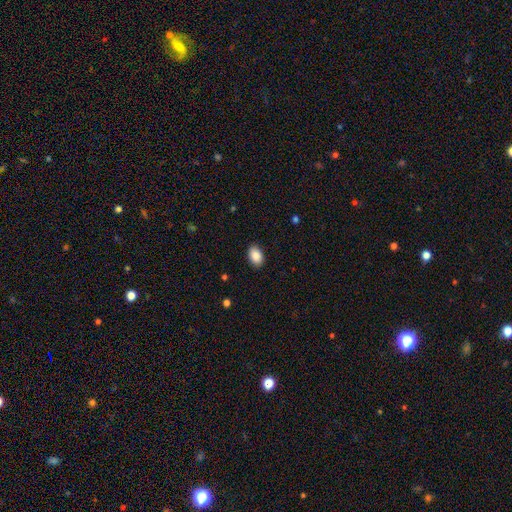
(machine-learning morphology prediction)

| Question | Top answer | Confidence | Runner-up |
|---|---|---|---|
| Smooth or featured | smooth | 88% | star or artifact (7%) |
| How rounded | in between | 87% | round (11%) |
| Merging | none | 88% | minor disturbance (9%) |